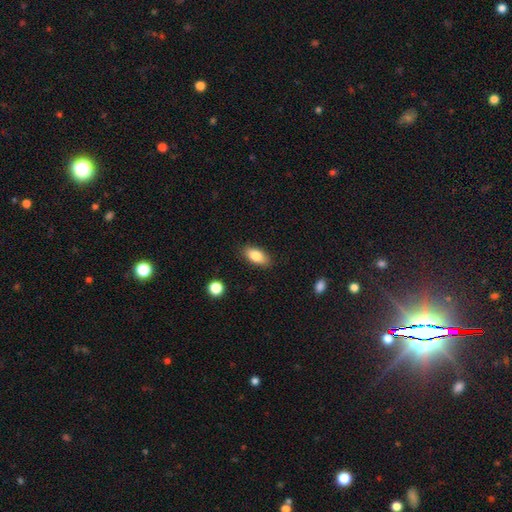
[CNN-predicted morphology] type=smooth (84%); roundness=in between (89%); merging=none (86%).